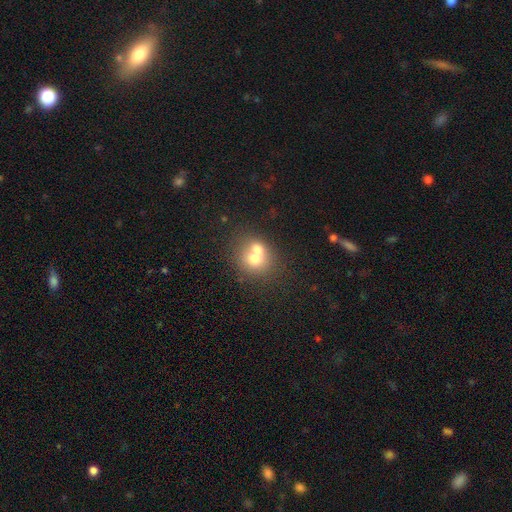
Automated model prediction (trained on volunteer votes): Smooth or featured?
  - smooth: 65% *
  - featured or disk: 23%
  - star or artifact: 11%
How rounded?
  - round: 73% *
  - in between: 27%
  - cigar-shaped: 1%
Merging?
  - merger: 60% *
  - none: 30%
  - minor disturbance: 7%
  - major disturbance: 3%